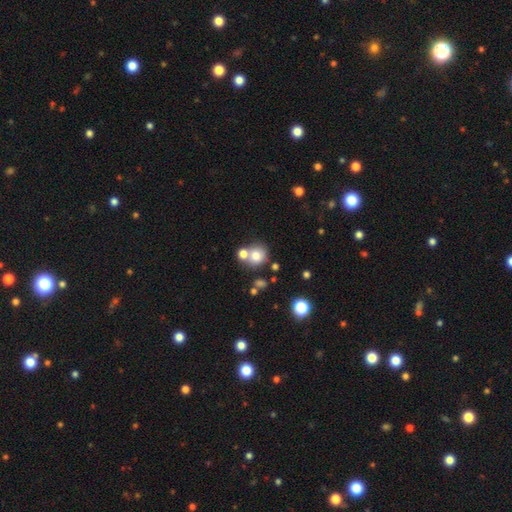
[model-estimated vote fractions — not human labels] Smooth or featured? smooth (75%)
How rounded? round (83%)
Merging? none (51%)